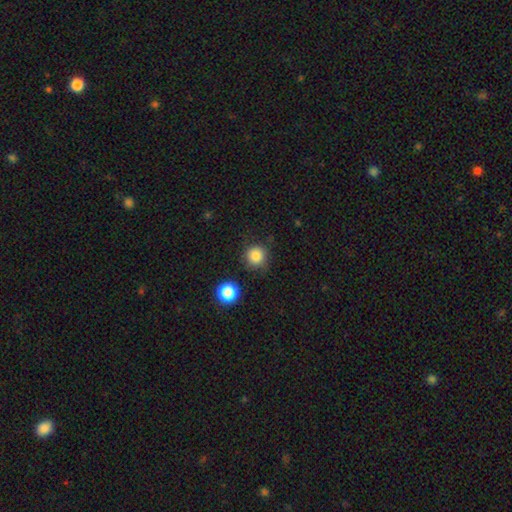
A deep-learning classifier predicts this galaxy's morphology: smooth-or-featured: smooth: 85% | star or artifact: 11% | featured or disk: 4%
  how-rounded: round: 93% | in between: 6% | cigar-shaped: 1%
  merging: none: 82% | minor disturbance: 11% | merger: 4% | major disturbance: 4%